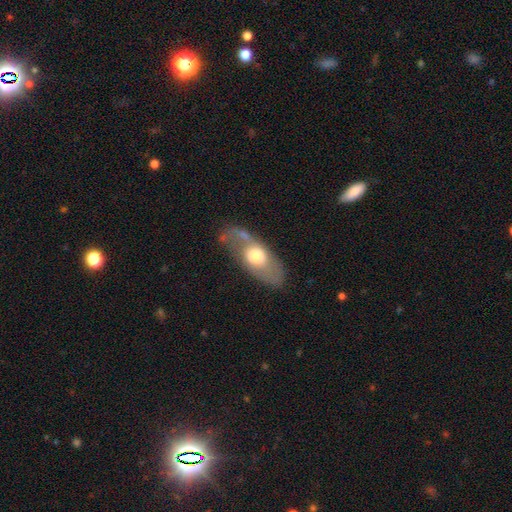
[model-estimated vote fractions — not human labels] smooth-or-featured: featured or disk: 50% | smooth: 44% | star or artifact: 6%
  merging: none: 62% | minor disturbance: 20% | major disturbance: 15% | merger: 4%